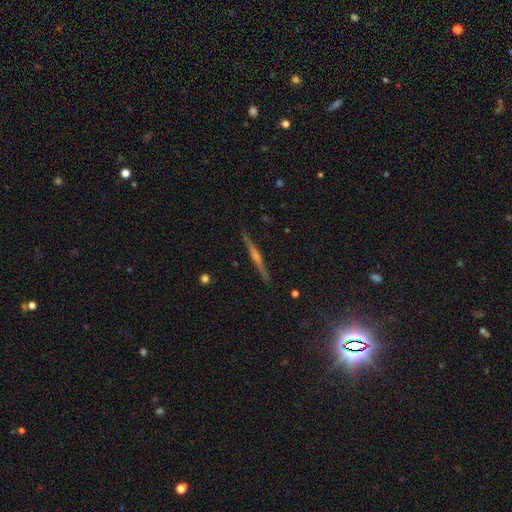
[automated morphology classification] smooth_or_featured: featured or disk (p=0.75) [alt: smooth p=0.16]
disk_edge_on: yes (p=0.98) [alt: no p=0.02]
edge_on_bulge: rounded (p=0.67) [alt: none p=0.20]
merging: none (p=0.91) [alt: minor disturbance p=0.07]